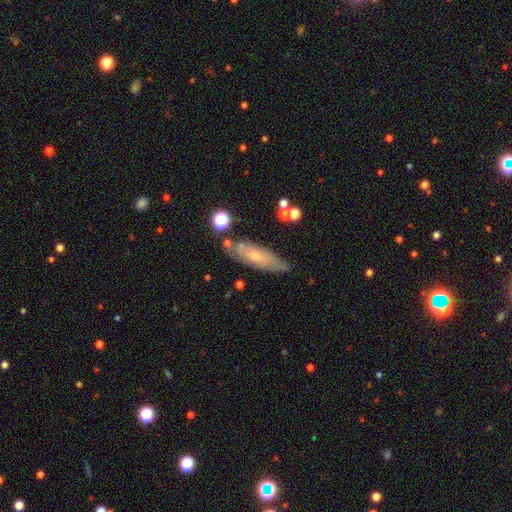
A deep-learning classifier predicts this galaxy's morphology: A featured or disk galaxy (50%). Merging: none (68%).